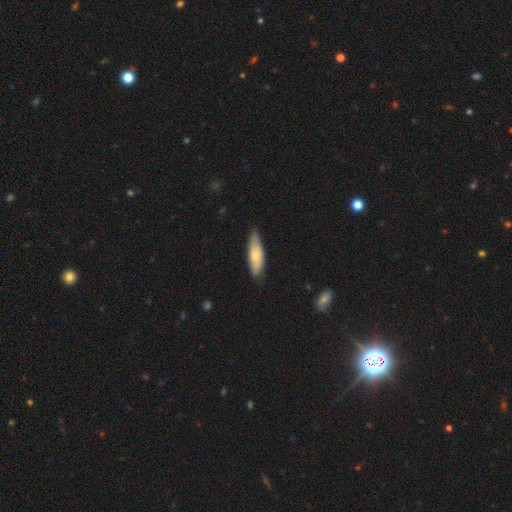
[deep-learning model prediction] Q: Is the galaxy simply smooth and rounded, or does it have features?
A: smooth — 61%.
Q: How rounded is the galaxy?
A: in between — 53%.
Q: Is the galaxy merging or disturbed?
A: none — 75%.